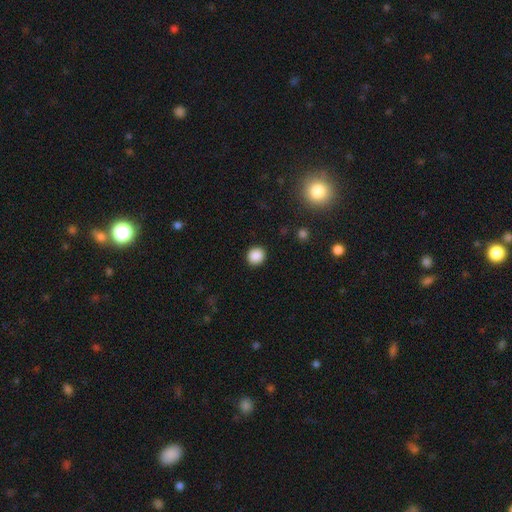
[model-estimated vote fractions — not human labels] Morphology: type=smooth (88%); roundness=round (89%); merging=none (91%).